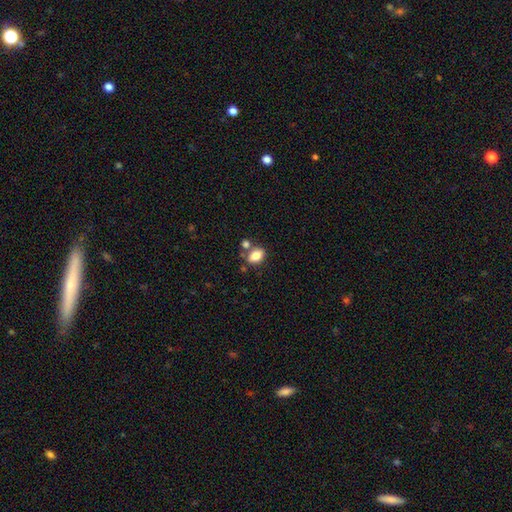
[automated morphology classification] type=smooth (81%); roundness=in between (82%); merging=none (61%).